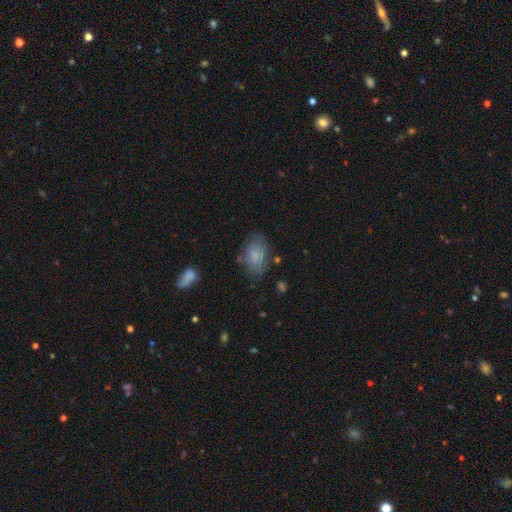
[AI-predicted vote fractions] smooth_or_featured: smooth (p=0.76) [alt: featured or disk p=0.16]
how_rounded: in between (p=0.90) [alt: round p=0.08]
merging: none (p=0.67) [alt: minor disturbance p=0.22]